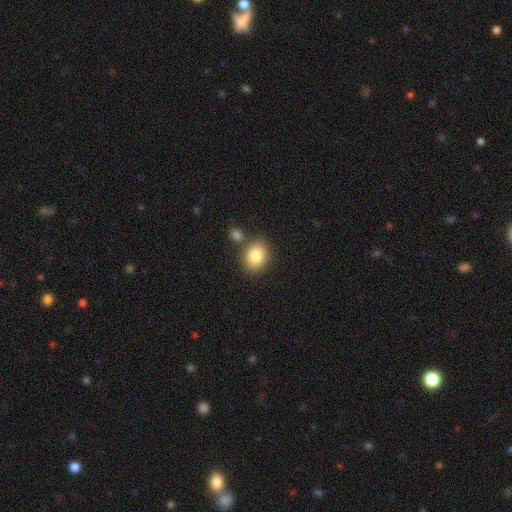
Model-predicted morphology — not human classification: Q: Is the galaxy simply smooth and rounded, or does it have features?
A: smooth — 84%.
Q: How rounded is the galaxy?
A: in between — 54%.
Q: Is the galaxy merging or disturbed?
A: none — 72%.